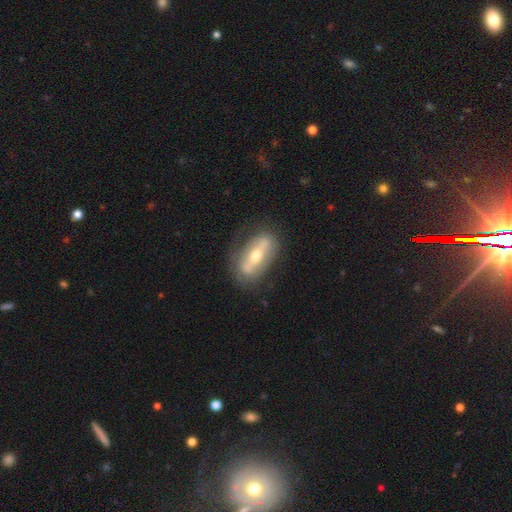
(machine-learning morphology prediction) Smooth or featured? featured or disk (67%)
Edge-on disk? no (71%)
Merging? none (76%)